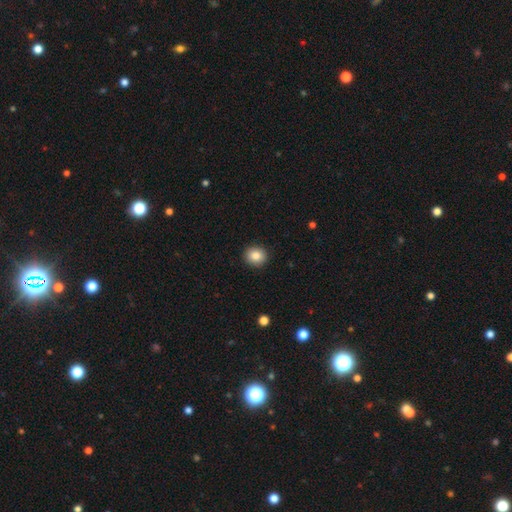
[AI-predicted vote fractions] Smooth or featured? smooth (85%)
How rounded? round (81%)
Merging? none (92%)